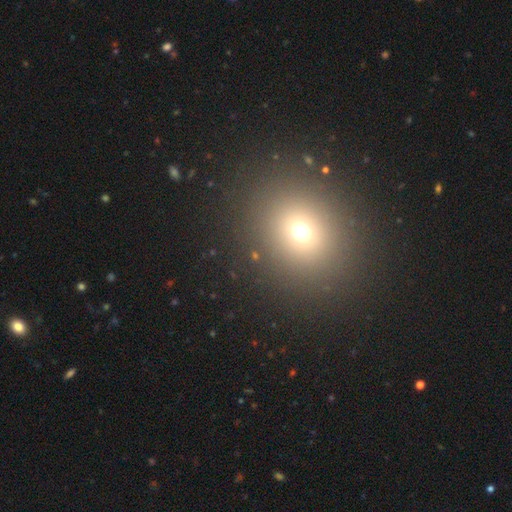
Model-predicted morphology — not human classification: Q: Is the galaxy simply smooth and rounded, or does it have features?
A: smooth — 64%.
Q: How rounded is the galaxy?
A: round — 77%.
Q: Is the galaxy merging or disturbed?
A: none — 86%.